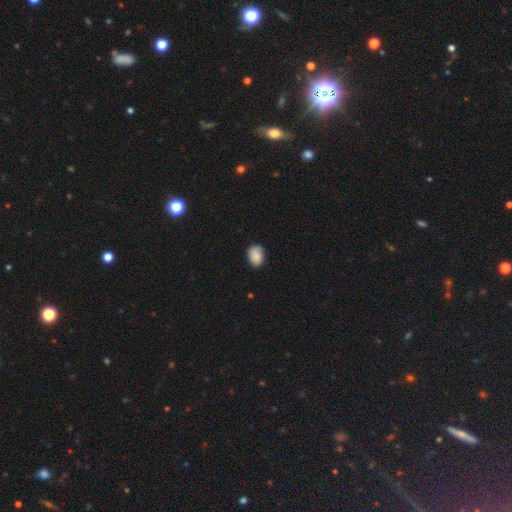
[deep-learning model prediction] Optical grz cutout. It shows a smooth galaxy with no disk features (81%) that is in between round and cigar-shaped (72%). Merging: none (75%).